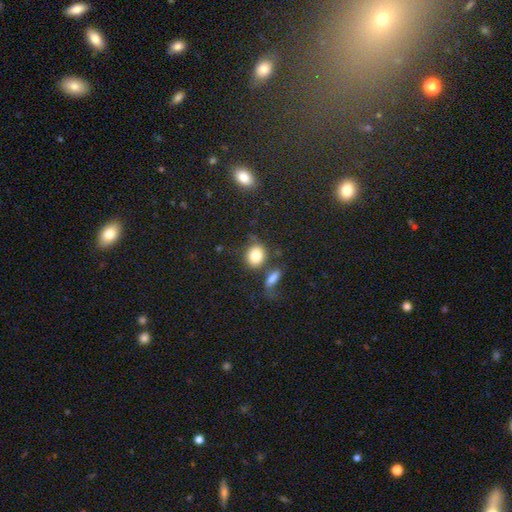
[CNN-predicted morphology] Q: Smooth or featured?
A: smooth (82%); runner-up: star or artifact (9%)
Q: How rounded?
A: round (62%); runner-up: in between (37%)
Q: Merging?
A: none (60%); runner-up: merger (19%)